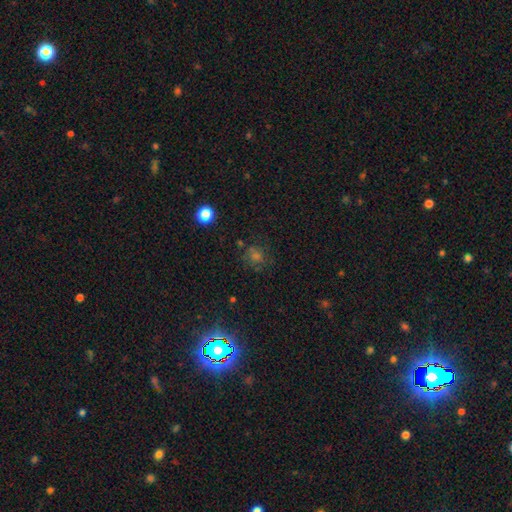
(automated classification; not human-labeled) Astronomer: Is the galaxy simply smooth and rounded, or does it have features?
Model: star or artifact — 48% (runner-up: smooth, 41%).